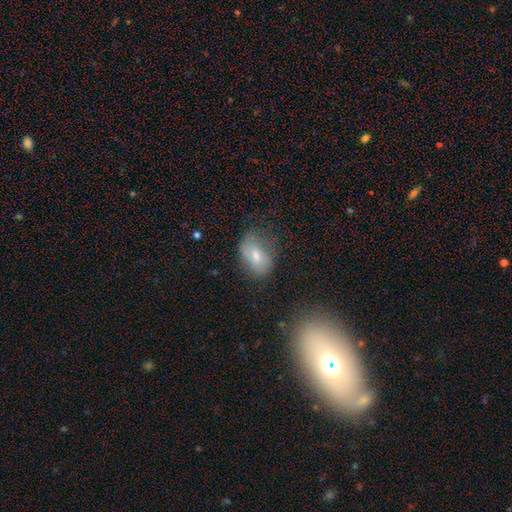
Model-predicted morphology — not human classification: This appears to be a smooth galaxy with no disk features (69%) that is in between round and cigar-shaped (85%). Merging: none (53%).